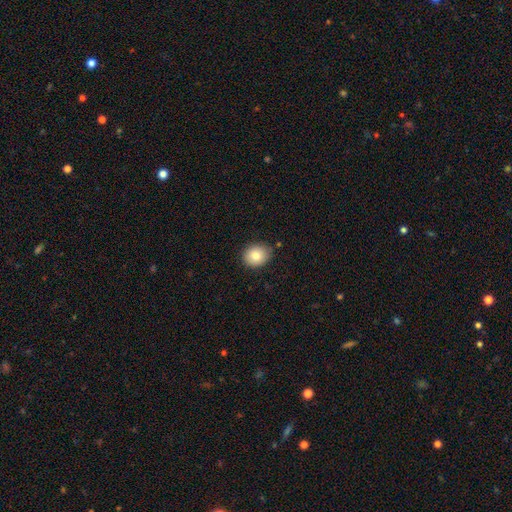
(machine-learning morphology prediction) Smooth or featured? smooth (81%)
How rounded? round (65%)
Merging? none (84%)